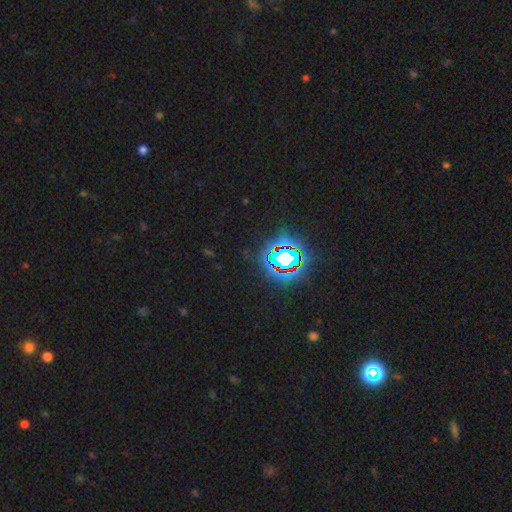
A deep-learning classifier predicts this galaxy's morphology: This appears to be a star or artifact, not a galaxy (80%).